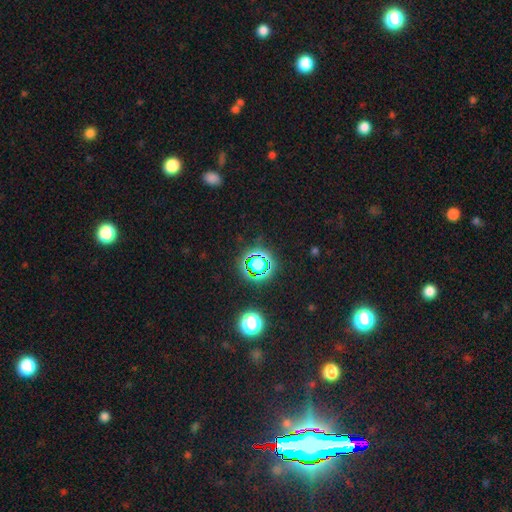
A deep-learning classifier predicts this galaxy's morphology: A star or artifact, not a galaxy (79%).

Vote fractions:
- Smooth or featured? star or artifact: 79% / smooth: 14% / featured or disk: 7%